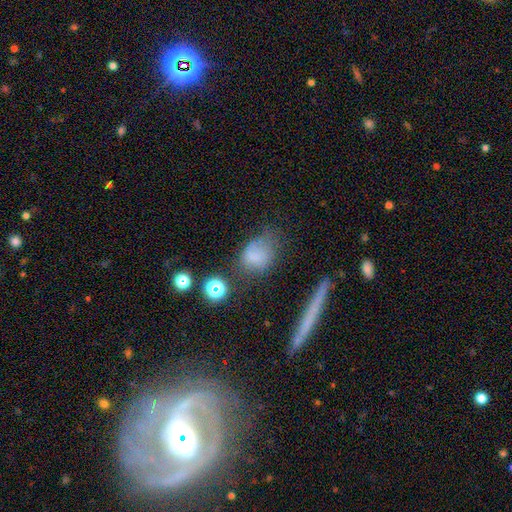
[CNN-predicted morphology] Smooth or featured?
  - smooth: 65% *
  - featured or disk: 18%
  - star or artifact: 17%
How rounded?
  - in between: 61% *
  - round: 36%
  - cigar-shaped: 3%
Merging?
  - none: 46% *
  - minor disturbance: 28%
  - major disturbance: 19%
  - merger: 7%